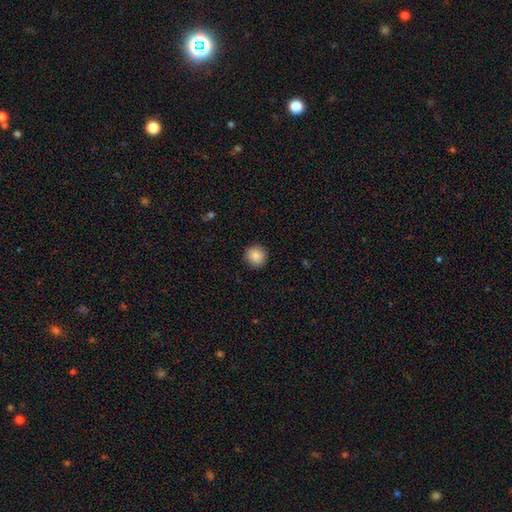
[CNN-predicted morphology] Overall: smooth (87%). How rounded: round (92%). Merging: none (91%).